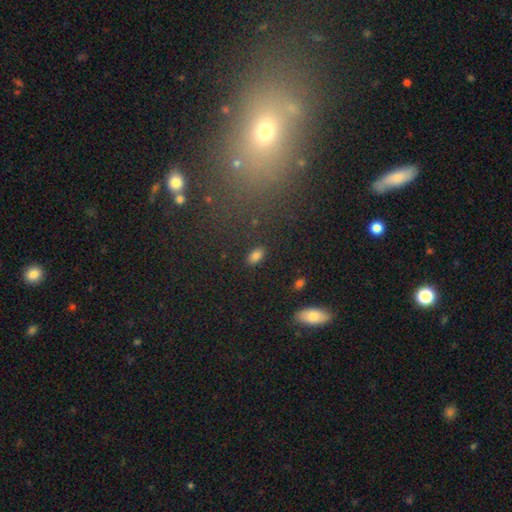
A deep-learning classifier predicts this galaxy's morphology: Smooth or featured? Predicted: smooth (p=0.82). How rounded? Predicted: in between (p=0.92). Merging? Predicted: none (p=0.87).